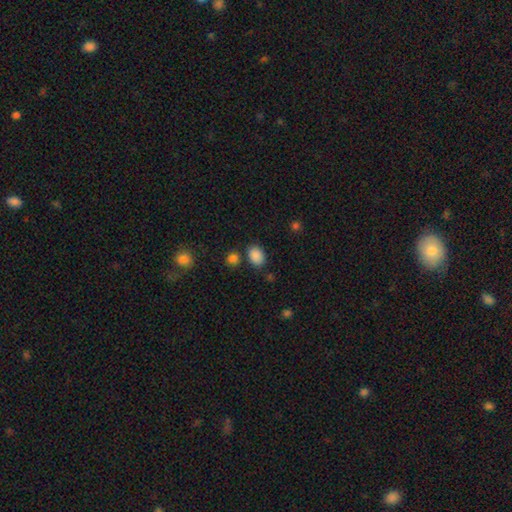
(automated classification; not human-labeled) The model was most divided on "how rounded": in between: 73%, round: 26%, cigar-shaped: 1%. More confident: smooth or featured — smooth (86%); merging — none (76%).